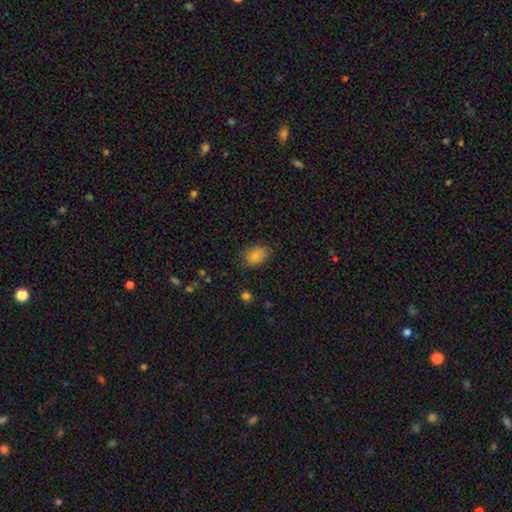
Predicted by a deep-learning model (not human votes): smooth 83%, star or artifact 10%, featured or disk 7%. Down the decision tree: how rounded — in between (70%); merging — none (77%).